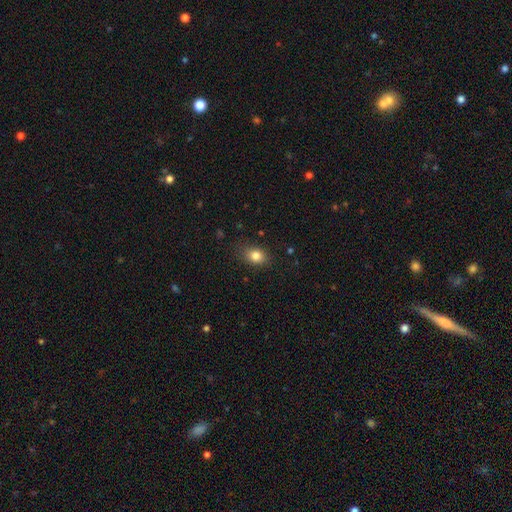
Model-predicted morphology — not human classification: Overall: smooth (83%). How rounded: in between (63%; round 35%). Merging: none (80%).